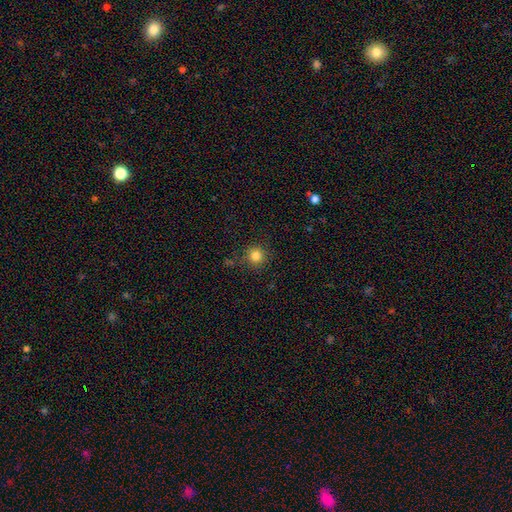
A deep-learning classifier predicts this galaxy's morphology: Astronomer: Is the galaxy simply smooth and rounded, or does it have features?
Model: smooth — 82%.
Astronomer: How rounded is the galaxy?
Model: round — 94%.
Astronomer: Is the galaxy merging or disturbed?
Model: none — 86%.